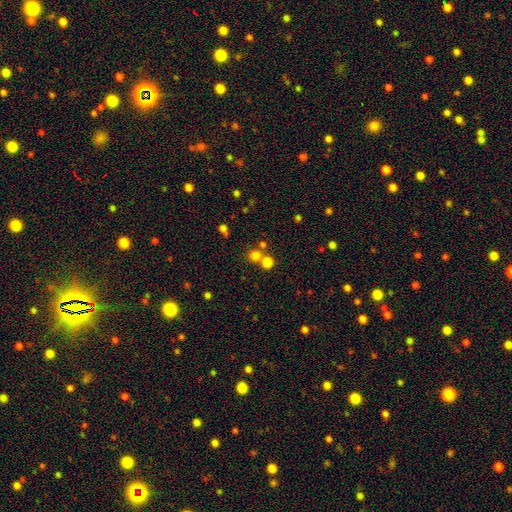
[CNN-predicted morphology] smooth 74%, star or artifact 18%, featured or disk 8%. Down the decision tree: how rounded — round (89%); merging — none (59%).